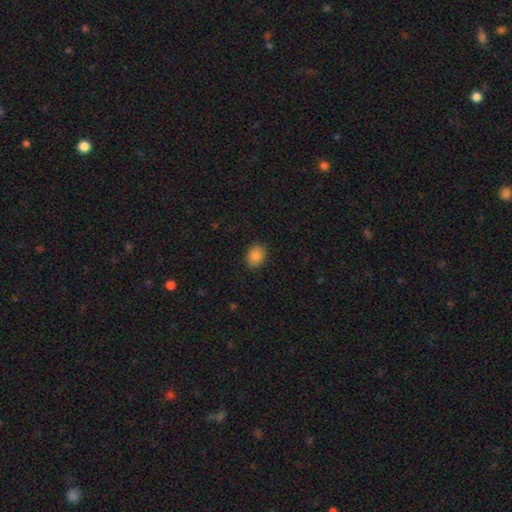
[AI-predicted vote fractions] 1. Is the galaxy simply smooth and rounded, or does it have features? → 86% smooth, 9% star or artifact, 5% featured or disk.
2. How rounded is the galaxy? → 51% round, 48% in between, 1% cigar-shaped.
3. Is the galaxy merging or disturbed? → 87% none, 10% minor disturbance, 2% major disturbance, 1% merger.